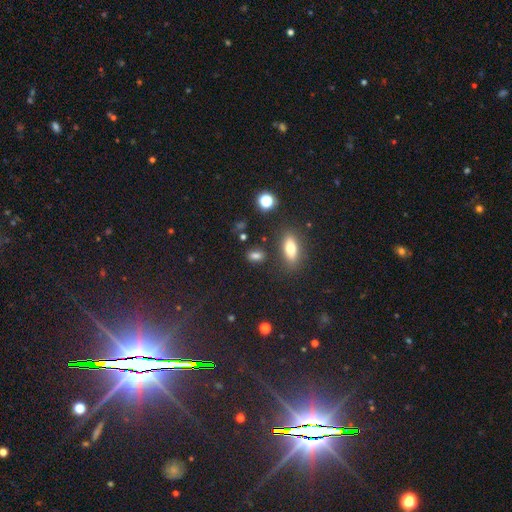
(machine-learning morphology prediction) Smooth or featured? Predicted: smooth (p=0.75). How rounded? Predicted: in between (p=0.72). Merging? Predicted: none (p=0.78).